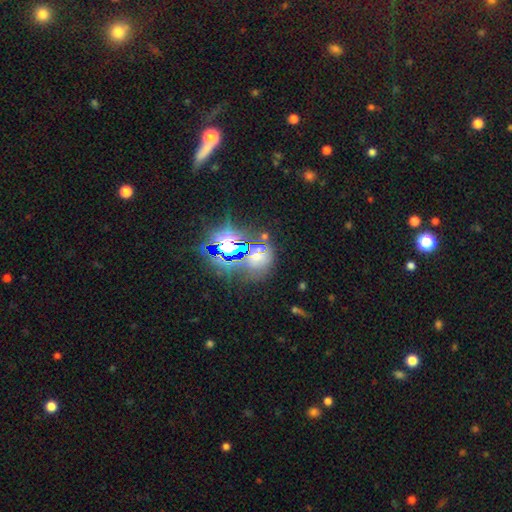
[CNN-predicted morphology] Smooth or featured? star or artifact (68%)